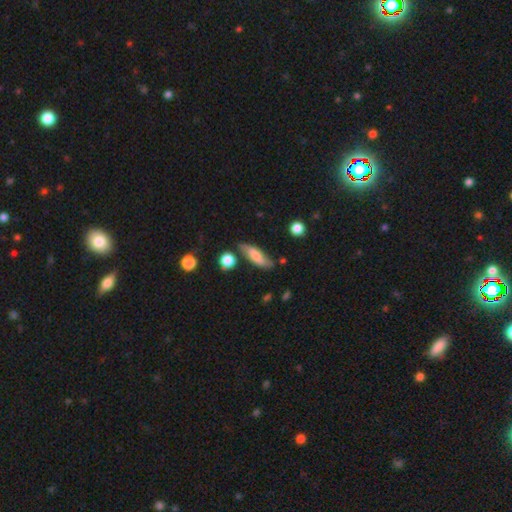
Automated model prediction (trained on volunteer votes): Overall: smooth (59%; featured or disk 34%). How rounded: in between (53%; cigar-shaped 43%). Merging: none (71%).